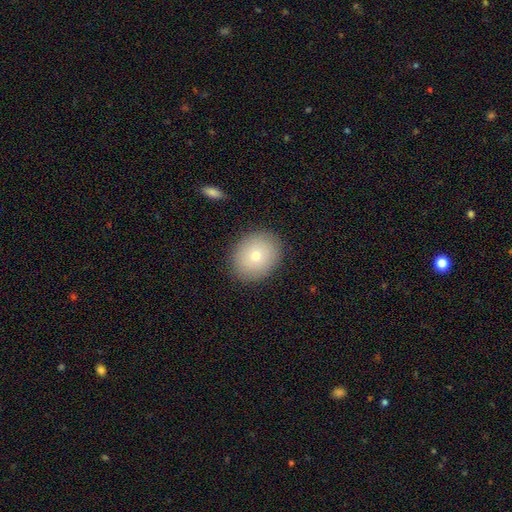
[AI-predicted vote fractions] Overall: smooth (74%). How rounded: round (62%; in between 37%). Merging: none (88%).